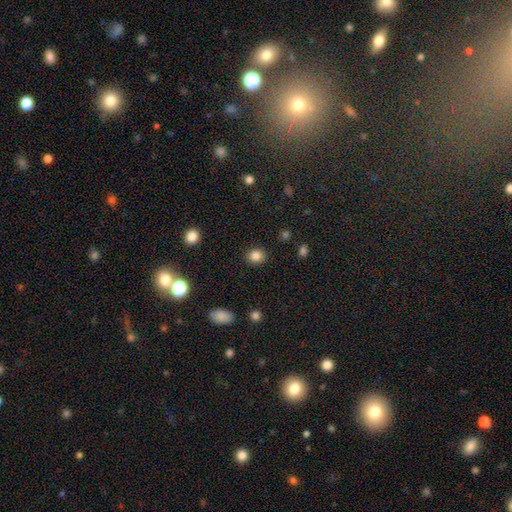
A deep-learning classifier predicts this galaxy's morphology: smooth_or_featured: smooth (p=0.84) [alt: star or artifact p=0.11]
how_rounded: round (p=0.73) [alt: in between p=0.26]
merging: none (p=0.89) [alt: minor disturbance p=0.07]